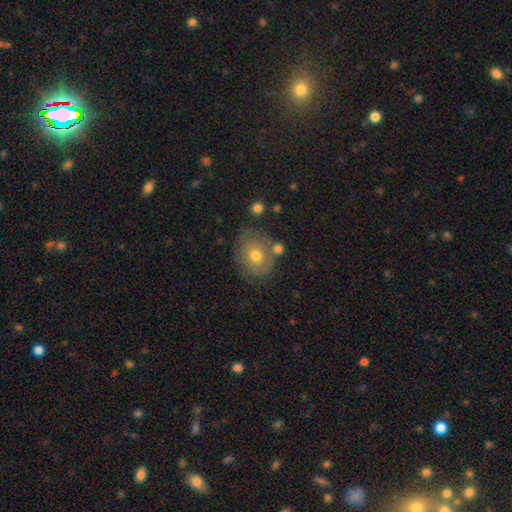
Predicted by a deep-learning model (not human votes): smooth_or_featured: smooth (p=0.59) [alt: featured or disk p=0.32]
how_rounded: round (p=0.69) [alt: in between p=0.30]
merging: none (p=0.62) [alt: minor disturbance p=0.20]